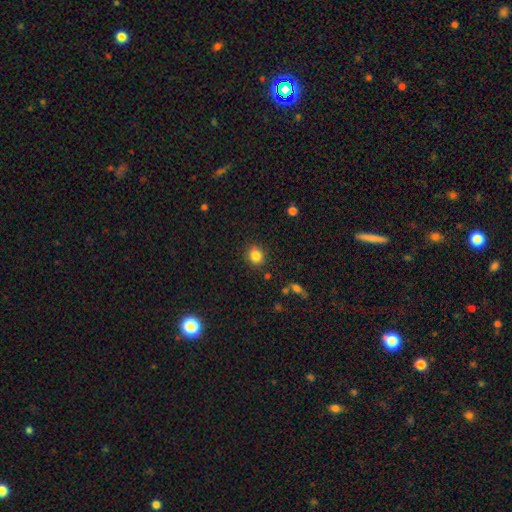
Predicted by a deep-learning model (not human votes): Q: Smooth or featured?
A: smooth (84%); runner-up: star or artifact (11%)
Q: How rounded?
A: round (71%); runner-up: in between (28%)
Q: Merging?
A: none (87%); runner-up: minor disturbance (9%)